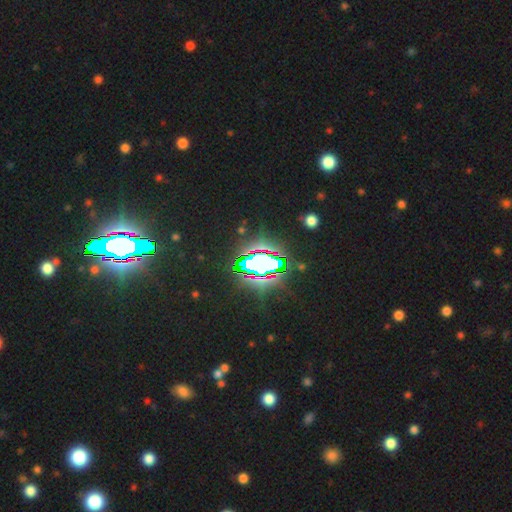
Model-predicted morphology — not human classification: Overall: star or artifact (76%).